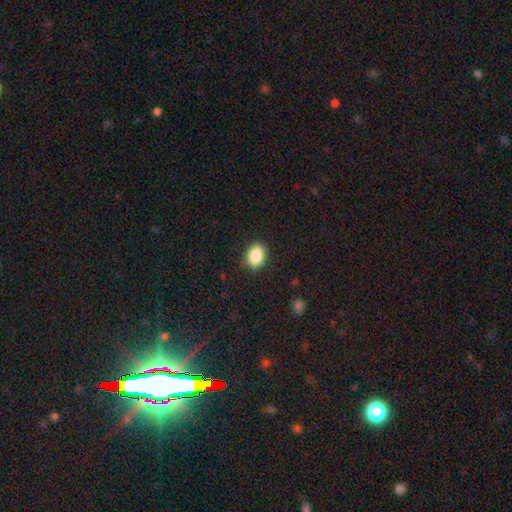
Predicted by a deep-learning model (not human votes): Overall: smooth (88%). How rounded: in between (71%). Merging: none (88%).